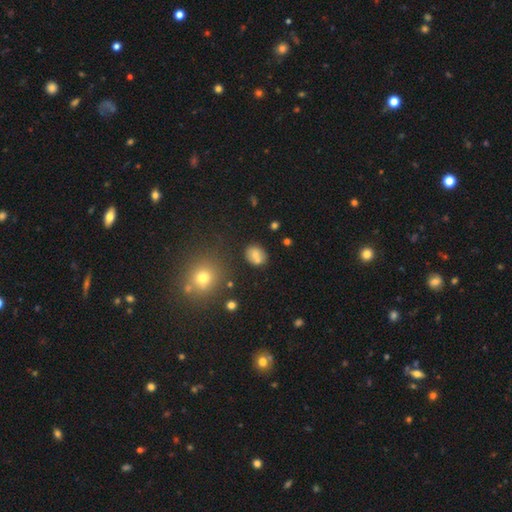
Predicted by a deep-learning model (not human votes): The model was most divided on "how rounded": round: 50%, in between: 49%, cigar-shaped: 1%. More confident: smooth or featured — smooth (74%); merging — none (63%).